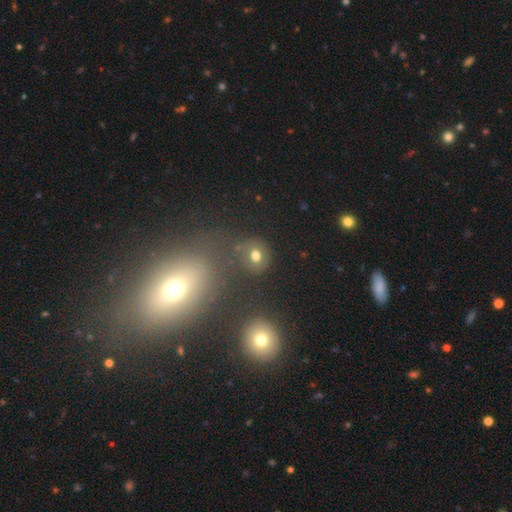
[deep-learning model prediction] A smooth galaxy with no disk features (69%) that is round (78%). Merging: none (72%).